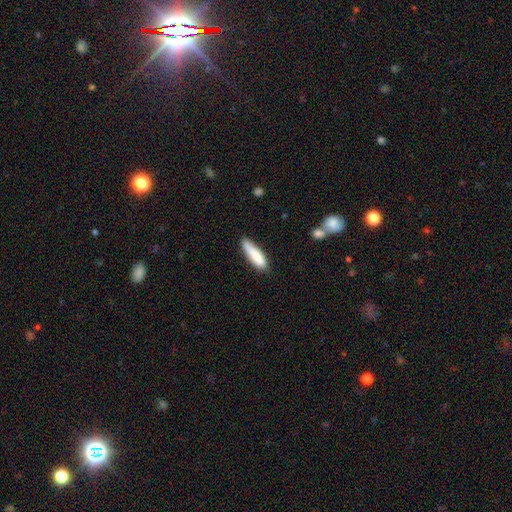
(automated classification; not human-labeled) The model was most divided on "how rounded": cigar-shaped: 67%, in between: 31%, round: 1%. More confident: smooth or featured — smooth (85%); merging — none (70%).